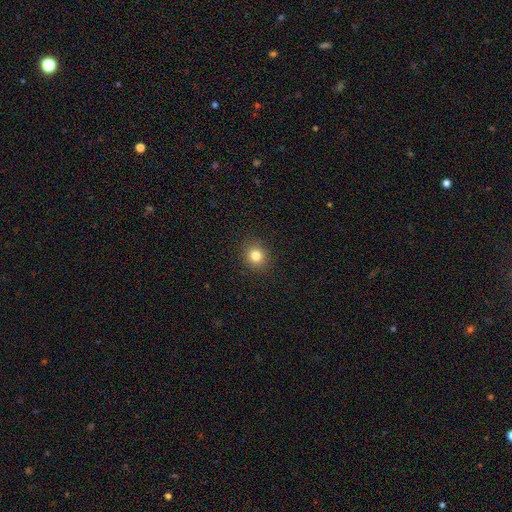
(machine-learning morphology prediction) A smooth galaxy with no disk features (81%) that is round (84%). Merging: none (90%).